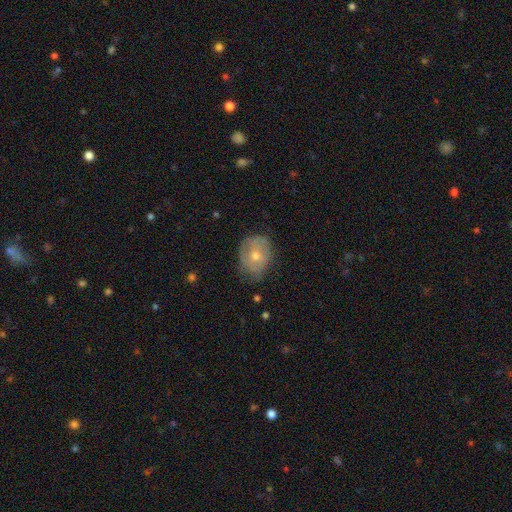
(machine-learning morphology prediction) Overall: featured or disk (49%; smooth 42%). Merging: none (63%; minor disturbance 28%).